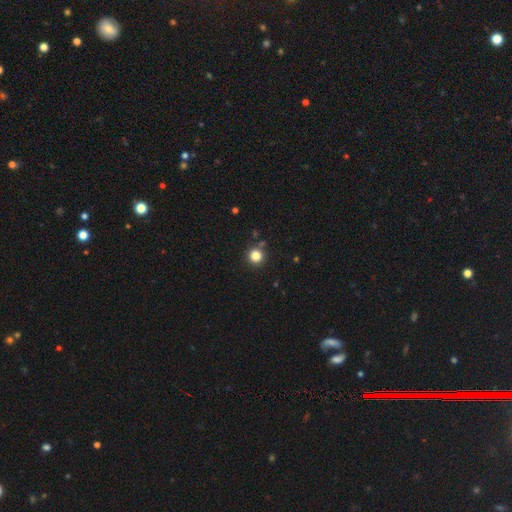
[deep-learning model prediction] Q: Smooth or featured?
A: smooth (82%); runner-up: star or artifact (13%)
Q: How rounded?
A: round (95%); runner-up: in between (4%)
Q: Merging?
A: none (87%); runner-up: minor disturbance (6%)